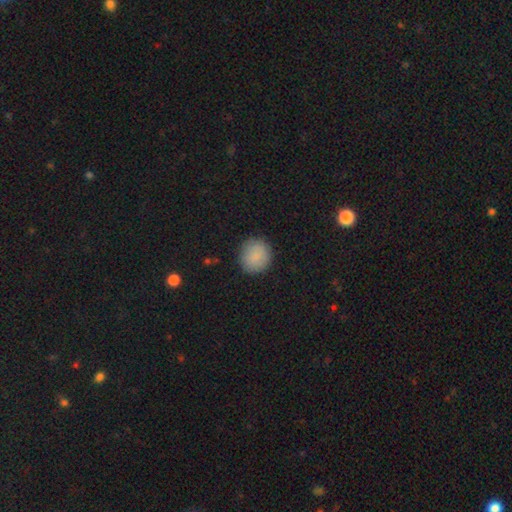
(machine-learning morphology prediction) type=smooth (87%); roundness=round (91%); merging=none (89%).